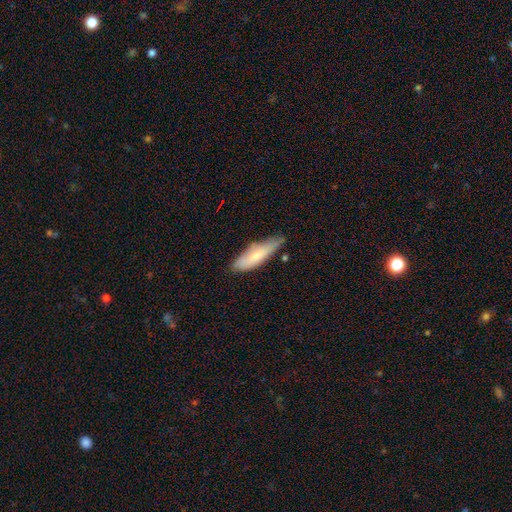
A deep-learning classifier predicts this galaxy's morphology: Smooth or featured? smooth (71%)
How rounded? cigar-shaped (55%)
Merging? none (62%)